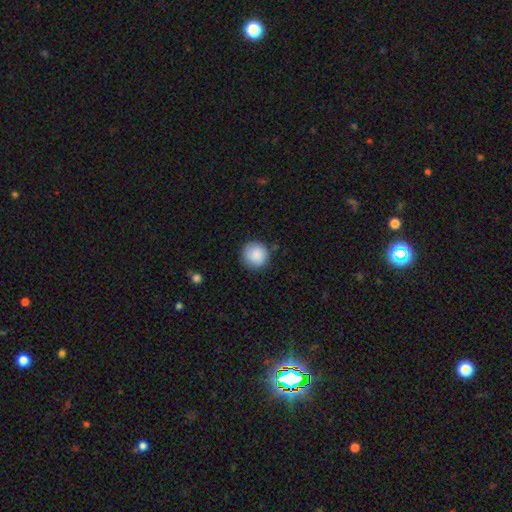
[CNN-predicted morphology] Smooth or featured?
  - smooth: 88% *
  - star or artifact: 7%
  - featured or disk: 4%
How rounded?
  - round: 95% *
  - in between: 4%
  - cigar-shaped: 1%
Merging?
  - none: 87% *
  - minor disturbance: 9%
  - major disturbance: 2%
  - merger: 1%